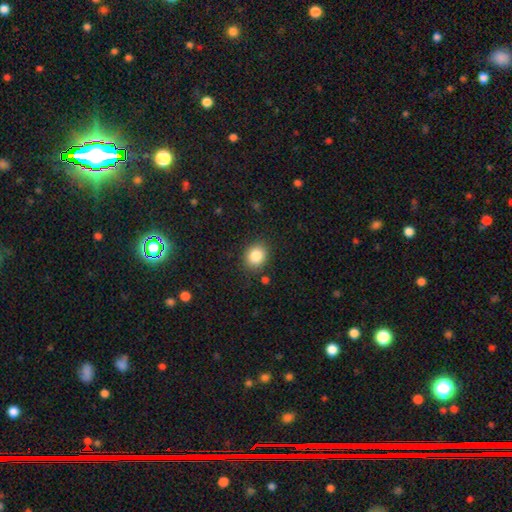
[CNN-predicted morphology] Smooth or featured? smooth (85%)
How rounded? round (67%)
Merging? none (86%)